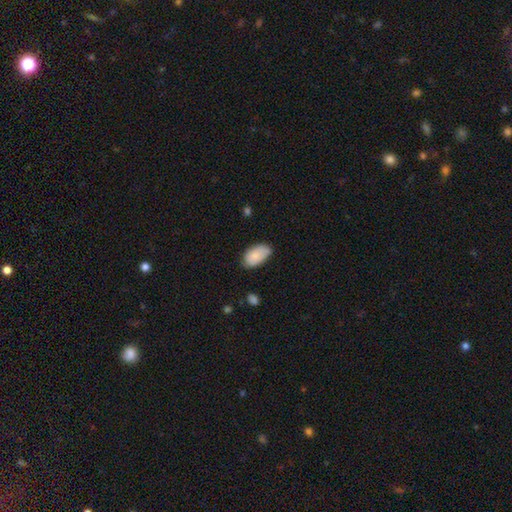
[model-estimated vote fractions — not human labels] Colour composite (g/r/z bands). It shows a smooth galaxy with no disk features (85%) that is in between round and cigar-shaped (94%). Merging: none (64%).